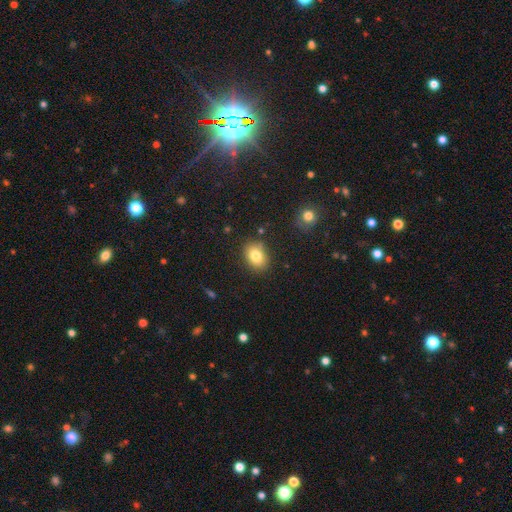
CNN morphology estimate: smooth-or-featured: smooth: 80% | star or artifact: 10% | featured or disk: 10%
  how-rounded: in between: 67% | round: 32% | cigar-shaped: 1%
  merging: none: 84% | minor disturbance: 11% | major disturbance: 3% | merger: 2%